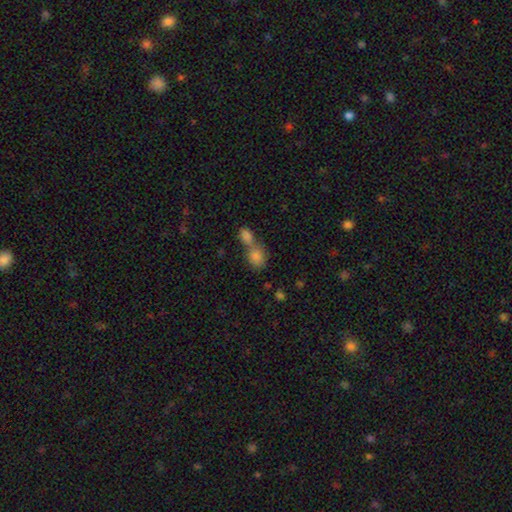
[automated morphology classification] Smooth or featured? Predicted: smooth (p=0.80). How rounded? Predicted: round (p=0.51). Merging? Predicted: merger (p=0.58).